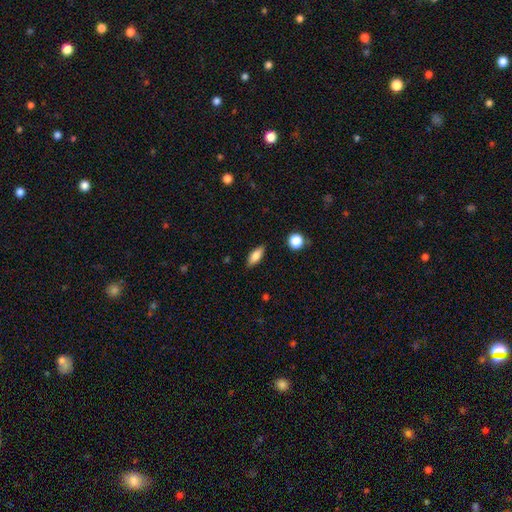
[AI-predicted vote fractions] This appears to be a smooth galaxy with no disk features (77%) that is in between round and cigar-shaped (73%). Merging: none (86%).